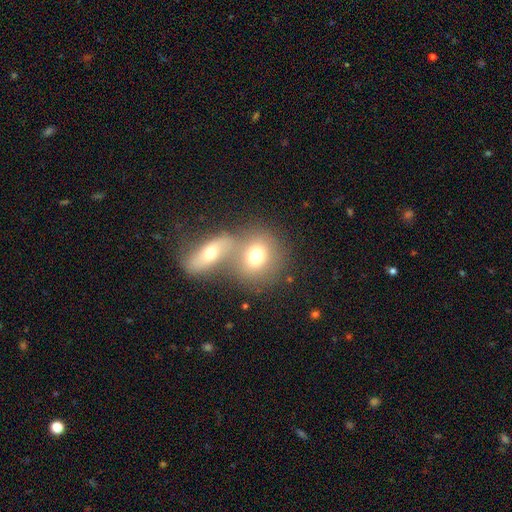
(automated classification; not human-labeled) The model was most divided on "merging": merger: 50%, none: 38%, minor disturbance: 8%, major disturbance: 4%. More confident: smooth or featured — smooth (72%); how rounded — round (64%).